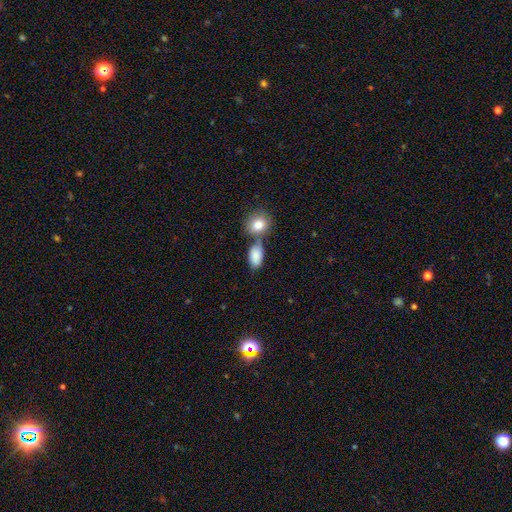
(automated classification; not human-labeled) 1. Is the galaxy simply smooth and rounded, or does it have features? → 87% smooth, 7% star or artifact, 6% featured or disk.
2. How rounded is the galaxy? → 87% in between, 11% round, 2% cigar-shaped.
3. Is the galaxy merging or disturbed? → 44% none, 37% merger, 14% minor disturbance, 5% major disturbance.